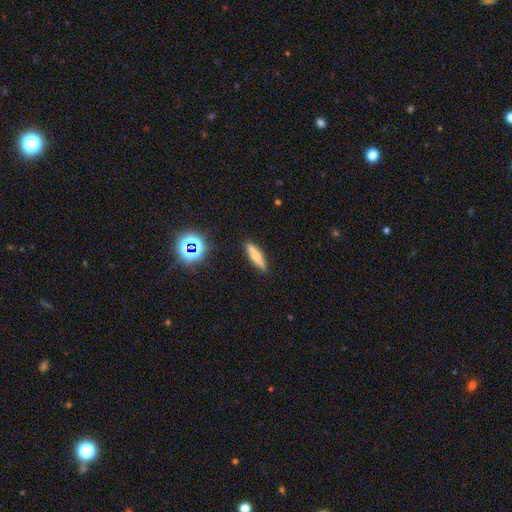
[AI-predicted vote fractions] A smooth galaxy with no disk features (62%) that is cigar-shaped (78%).

Vote fractions:
- Smooth or featured? smooth: 62% / featured or disk: 28% / star or artifact: 10%
- How rounded? cigar-shaped: 78% / in between: 20% / round: 2%
- Merging? none: 89% / minor disturbance: 8% / major disturbance: 2% / merger: 1%